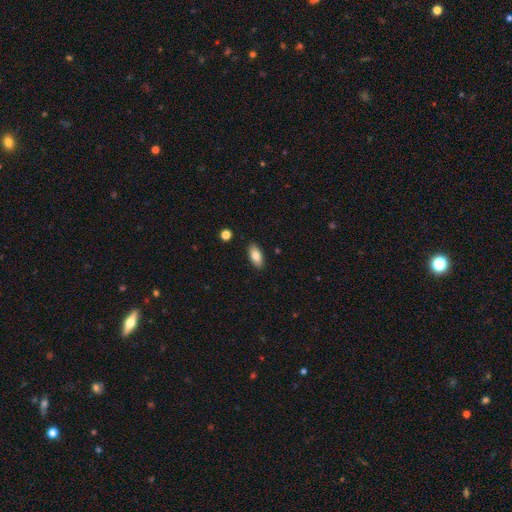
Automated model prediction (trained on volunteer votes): The model was most divided on "smooth or featured": smooth: 84%, featured or disk: 9%, star or artifact: 7%. More confident: how rounded — in between (89%); merging — none (88%).